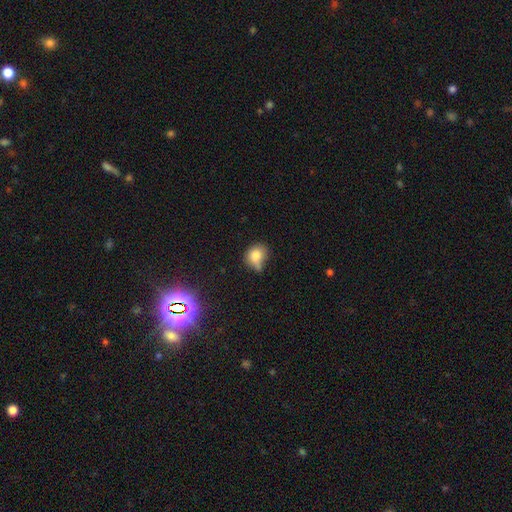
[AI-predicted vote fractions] A smooth galaxy with no disk features (78%) that is round (56%). Merging: none (37%).